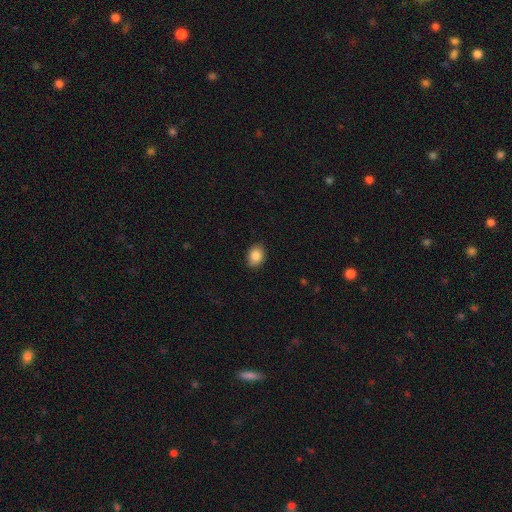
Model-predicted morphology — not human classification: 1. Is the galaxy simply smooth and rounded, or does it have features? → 86% smooth, 8% star or artifact, 5% featured or disk.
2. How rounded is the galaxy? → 64% in between, 35% round, 1% cigar-shaped.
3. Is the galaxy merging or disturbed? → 87% none, 9% minor disturbance, 2% major disturbance, 1% merger.